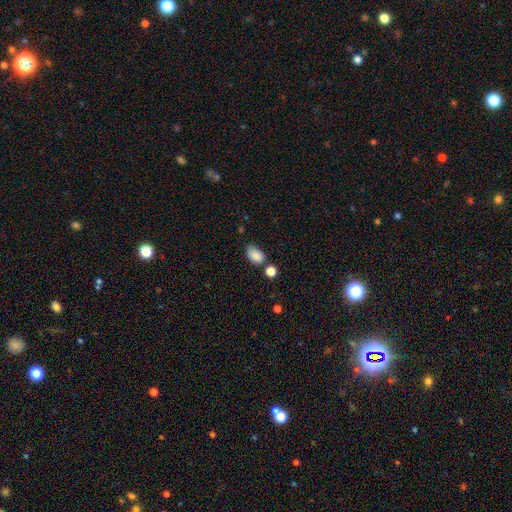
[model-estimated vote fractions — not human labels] Smooth or featured?
  - smooth: 87% *
  - star or artifact: 9%
  - featured or disk: 5%
How rounded?
  - in between: 89% *
  - round: 9%
  - cigar-shaped: 1%
Merging?
  - none: 63% *
  - minor disturbance: 23%
  - merger: 9%
  - major disturbance: 5%